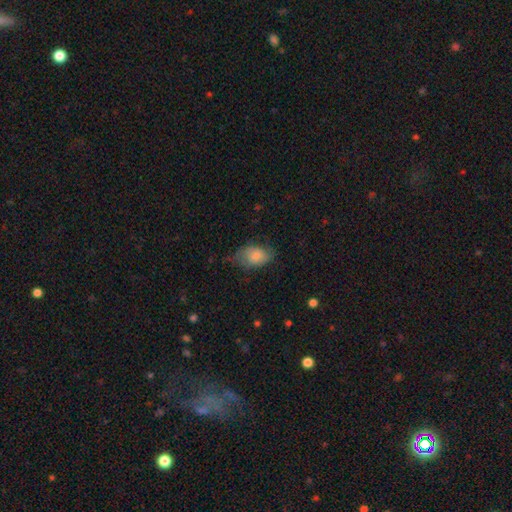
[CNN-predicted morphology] This is likely a smooth galaxy (72%). How rounded: clearly in between (86%). Merging: possibly none (47%).